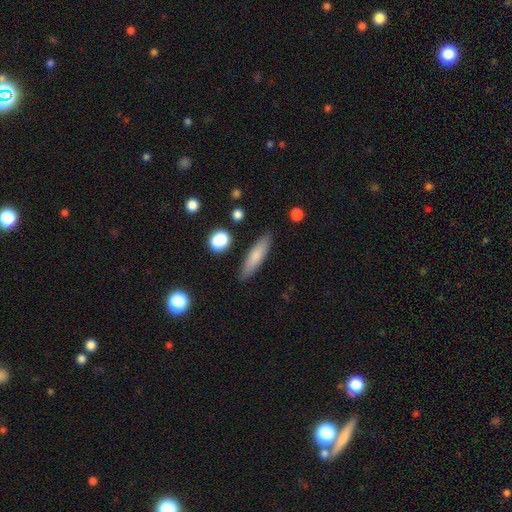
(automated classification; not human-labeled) Smooth or featured? Predicted: smooth (p=0.77). How rounded? Predicted: cigar-shaped (p=0.71). Merging? Predicted: none (p=0.87).